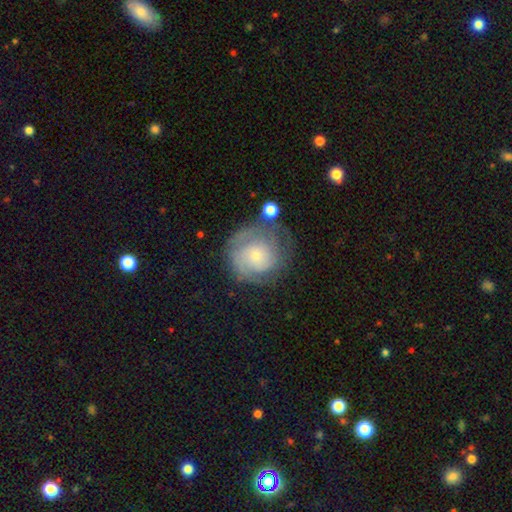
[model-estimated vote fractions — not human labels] featured or disk 64%, smooth 28%, star or artifact 8%. Down the decision tree: edge-on disk — no (97%); bar — no (80%); spiral arms — yes (84%); spiral arm count — can't tell (46%); spiral winding — tight (64%); bulge size — small (67%); merging — none (61%).